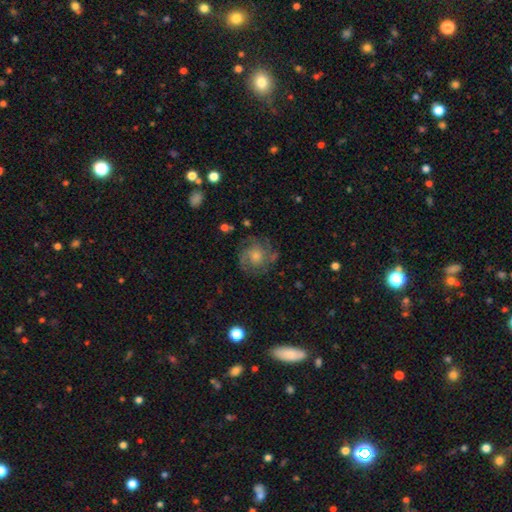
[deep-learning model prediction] Overall: featured or disk (72%). Edge-on disk: no (97%). Bar: no (74%). Spiral arms: yes (93%). Spiral arm count: 3 (28%; 2 26%). Spiral winding: tight (53%; medium 38%). Bulge size: moderate (52%; small 30%). Merging: none (77%).